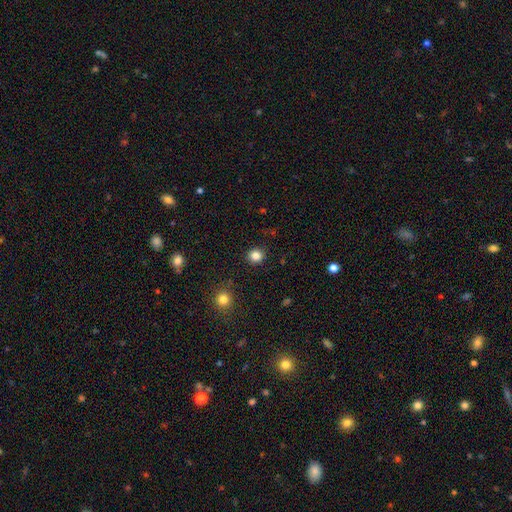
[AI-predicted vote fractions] smooth-or-featured: smooth: 83% | star or artifact: 12% | featured or disk: 4%
  how-rounded: round: 87% | in between: 12% | cigar-shaped: 1%
  merging: none: 90% | minor disturbance: 6% | major disturbance: 2% | merger: 1%